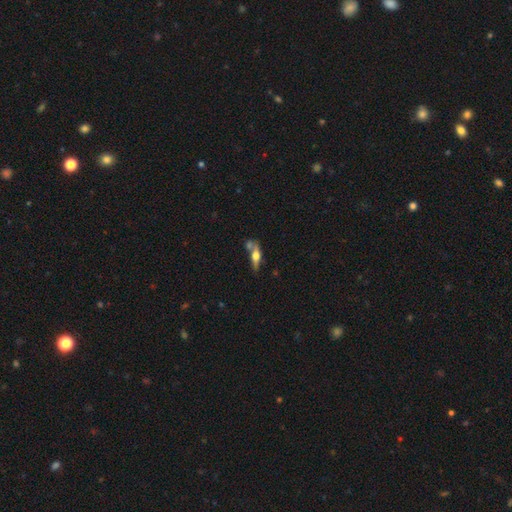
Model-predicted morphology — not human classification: A featured or disk galaxy (59%) viewed edge-on (90%) with a rounded central bulge (93%). Merging: none (52%).